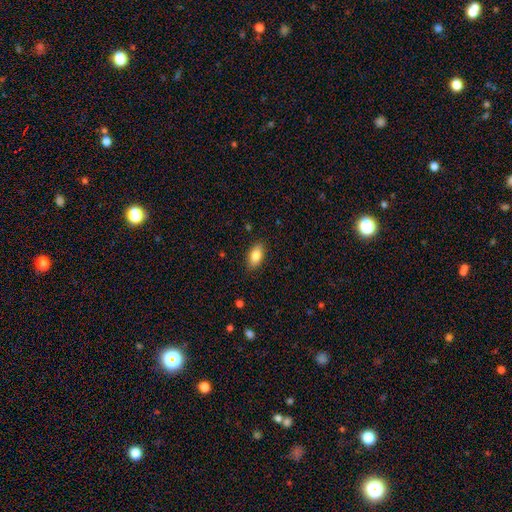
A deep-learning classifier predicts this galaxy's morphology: Smooth or featured?
  - smooth: 84% *
  - featured or disk: 9%
  - star or artifact: 7%
How rounded?
  - in between: 91% *
  - cigar-shaped: 5%
  - round: 4%
Merging?
  - none: 87% *
  - minor disturbance: 10%
  - major disturbance: 2%
  - merger: 1%